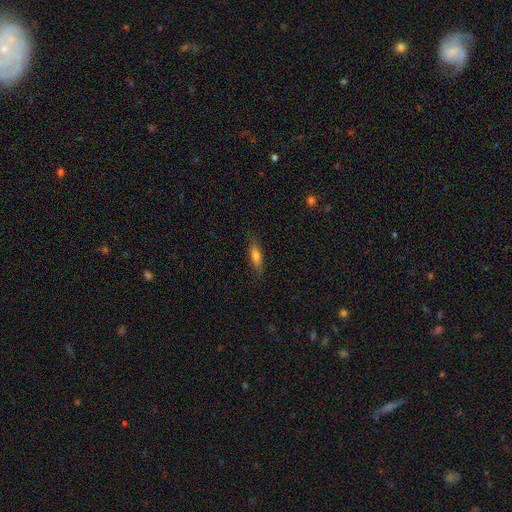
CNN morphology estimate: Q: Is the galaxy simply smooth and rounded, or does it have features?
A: smooth — 67%.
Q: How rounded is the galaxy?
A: cigar-shaped — 61%.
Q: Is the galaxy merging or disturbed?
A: none — 82%.